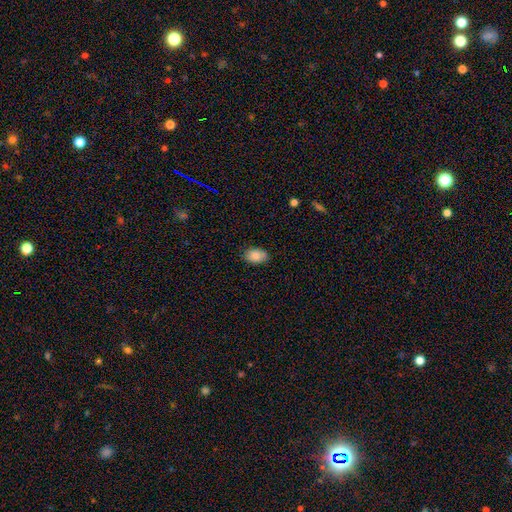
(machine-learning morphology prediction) This is clearly a smooth galaxy (86%). How rounded: clearly in between (89%). Merging: clearly none (82%).